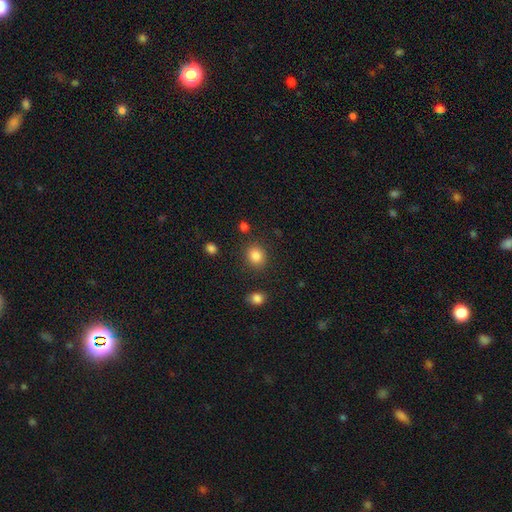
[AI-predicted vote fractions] Morphology: type=smooth (85%); roundness=round (74%); merging=none (85%).